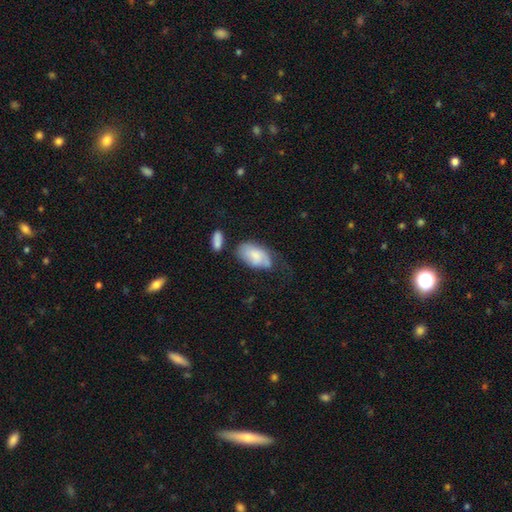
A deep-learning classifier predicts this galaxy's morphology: A smooth galaxy with no disk features (67%) that is in between round and cigar-shaped (93%).

Vote fractions:
- Smooth or featured? smooth: 67% / featured or disk: 26% / star or artifact: 7%
- How rounded? in between: 93% / round: 5% / cigar-shaped: 2%
- Merging? none: 33% (tied) / minor disturbance: 33% (tied) / major disturbance: 23% / merger: 11%